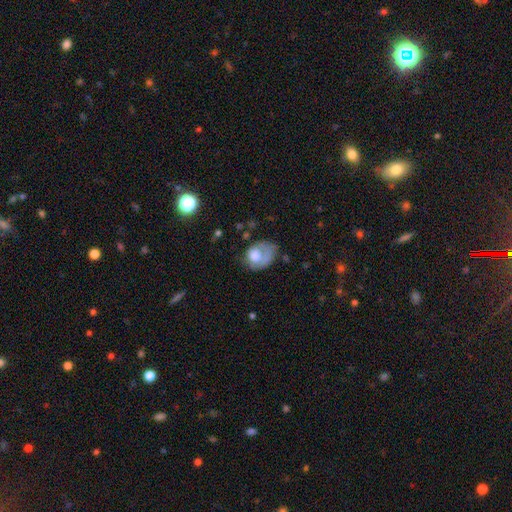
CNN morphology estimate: The model was most divided on "merging": major disturbance: 36%, none: 33%, minor disturbance: 27%, merger: 4%. More confident: smooth or featured — smooth (60%); how rounded — in between (58%).